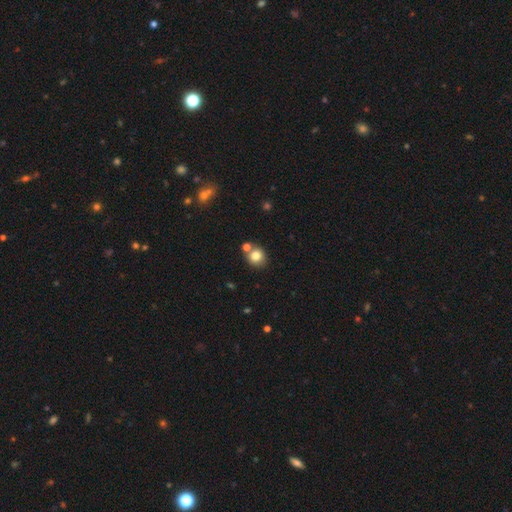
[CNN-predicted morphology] smooth_or_featured: smooth (p=0.80) [alt: star or artifact p=0.11]
how_rounded: round (p=0.83) [alt: in between p=0.16]
merging: none (p=0.68) [alt: merger p=0.20]